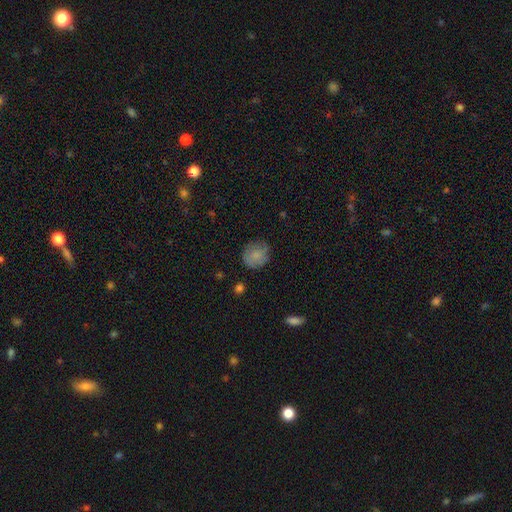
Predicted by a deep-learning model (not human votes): Smooth or featured? Predicted: smooth (p=0.77). How rounded? Predicted: round (p=0.82). Merging? Predicted: none (p=0.71).